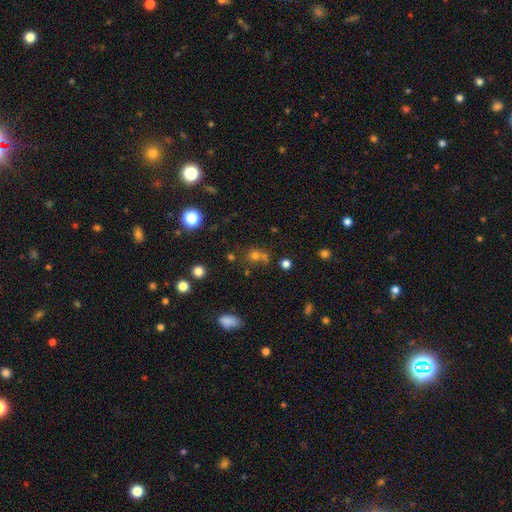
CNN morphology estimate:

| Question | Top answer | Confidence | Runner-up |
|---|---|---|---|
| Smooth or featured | smooth | 59% | star or artifact (31%) |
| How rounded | round | 82% | in between (16%) |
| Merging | none | 56% | merger (30%) |